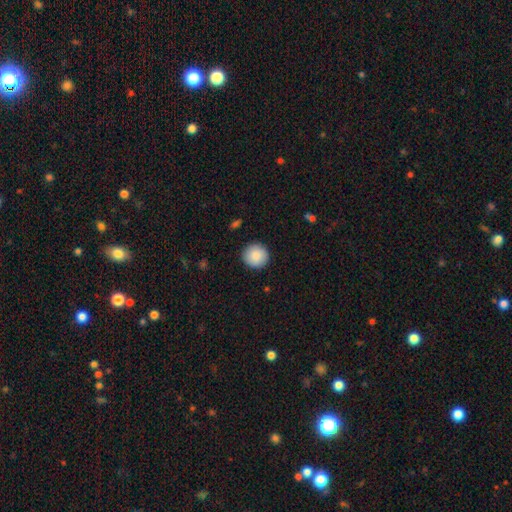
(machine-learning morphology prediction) Smooth or featured? Predicted: smooth (p=0.88). How rounded? Predicted: round (p=0.94). Merging? Predicted: none (p=0.91).